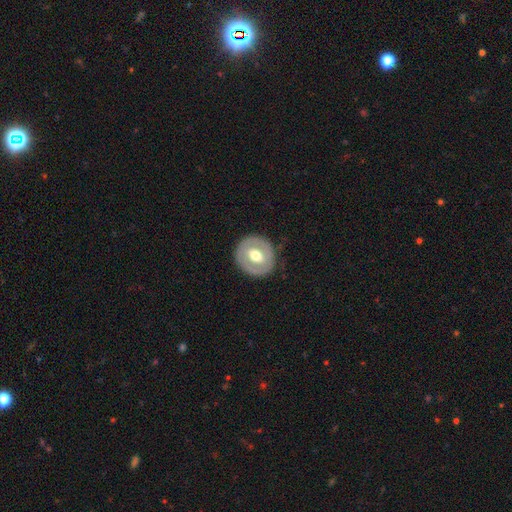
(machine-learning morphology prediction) smooth-or-featured: featured or disk: 54% | smooth: 41% | star or artifact: 5%
  disk-edge-on: no: 95% | yes: 5%
    bar: no: 49% | weak: 34% | strong: 16%
    has-spiral-arms: no: 82% | yes: 18%
    bulge-size: moderate: 69% | large: 23% | small: 5% | dominant: 1% | none: 1%
  merging: none: 85% | minor disturbance: 10% | major disturbance: 4% | merger: 1%